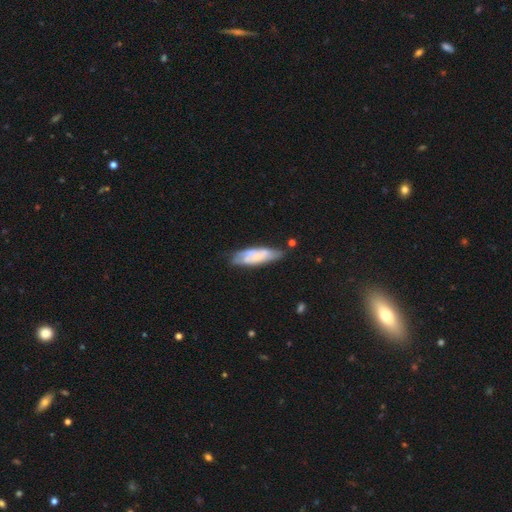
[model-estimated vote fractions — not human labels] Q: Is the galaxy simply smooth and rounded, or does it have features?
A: smooth — 50%.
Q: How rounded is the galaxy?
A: in between — 53%.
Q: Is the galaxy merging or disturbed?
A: none — 59%.